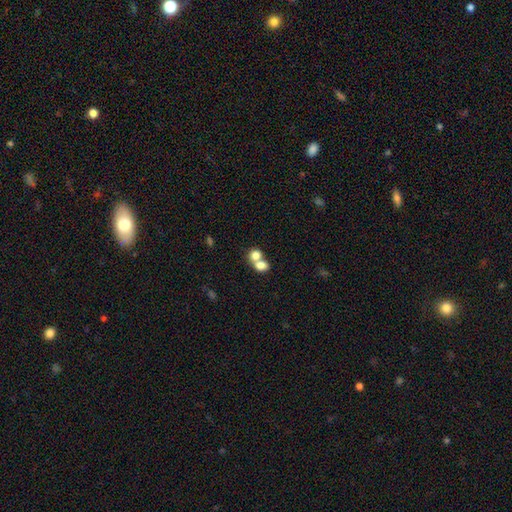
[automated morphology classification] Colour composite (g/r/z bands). It shows a smooth galaxy with no disk features (77%) that is round (62%). Merging: merger (65%).